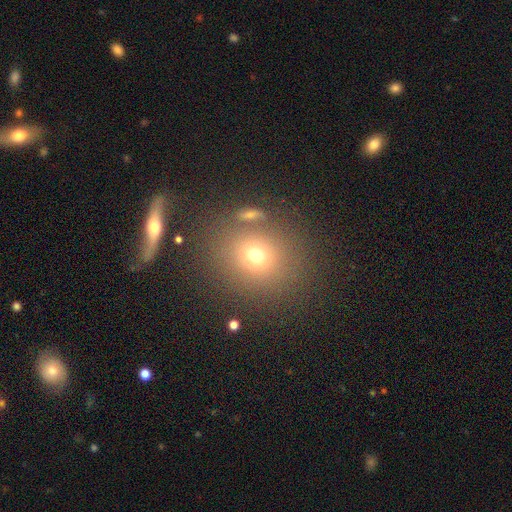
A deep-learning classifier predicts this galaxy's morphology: smooth_or_featured: smooth (p=0.69) [alt: star or artifact p=0.19]
how_rounded: round (p=0.76) [alt: in between p=0.22]
merging: none (p=0.77) [alt: minor disturbance p=0.10]